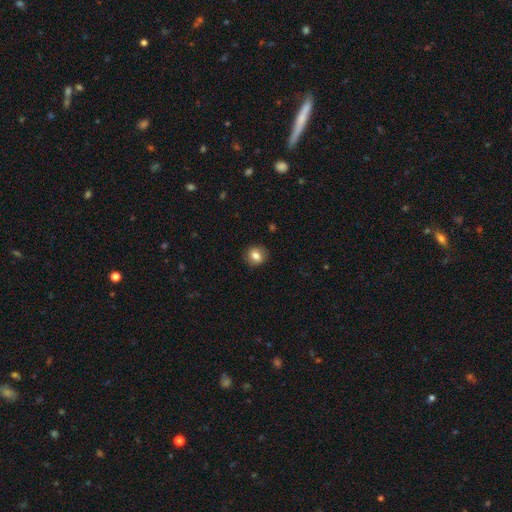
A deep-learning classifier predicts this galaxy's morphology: Smooth or featured? smooth (81%)
How rounded? round (76%)
Merging? none (87%)